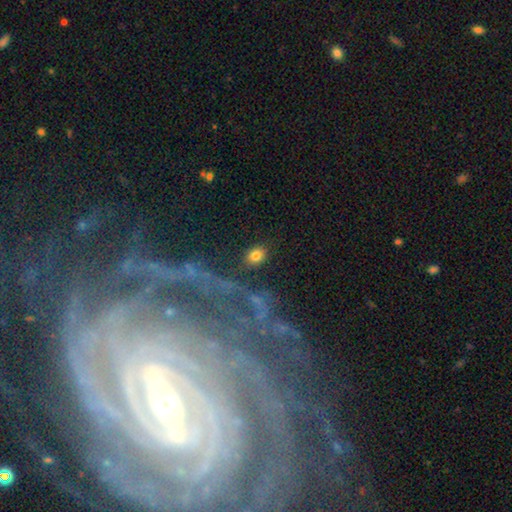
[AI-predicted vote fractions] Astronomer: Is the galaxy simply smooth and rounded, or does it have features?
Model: smooth — 79%.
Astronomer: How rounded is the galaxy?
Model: in between — 65%.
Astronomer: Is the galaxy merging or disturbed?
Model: none — 82%.